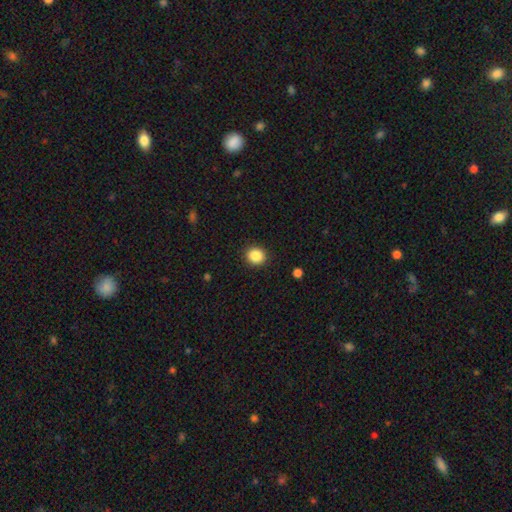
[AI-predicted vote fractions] Smooth or featured? smooth (87%)
How rounded? round (86%)
Merging? none (91%)